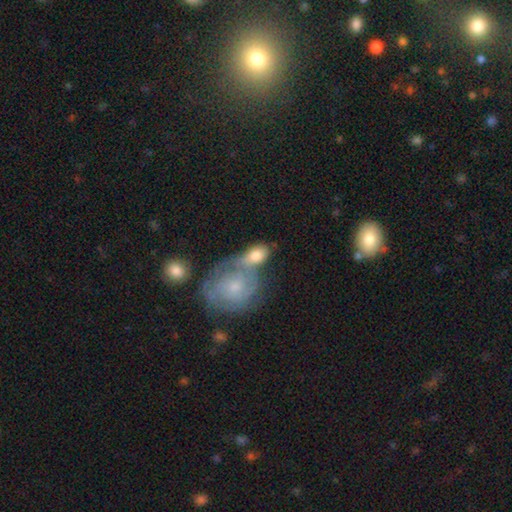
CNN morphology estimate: smooth 58%, featured or disk 34%, star or artifact 8%. Down the decision tree: how rounded — in between (72%); merging — merger (48%).